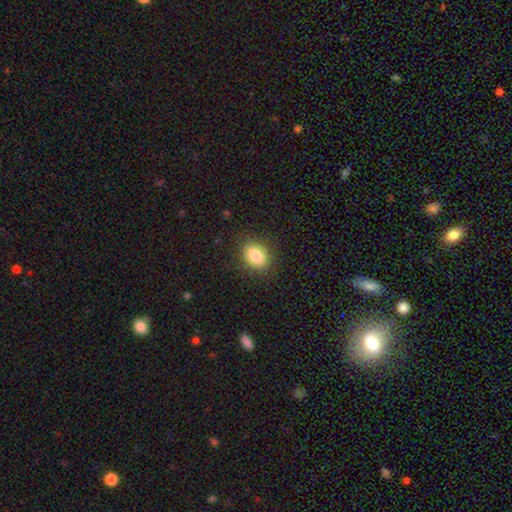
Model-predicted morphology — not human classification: This appears to be a smooth galaxy with no disk features (85%) that is in between round and cigar-shaped (63%). Merging: none (87%).